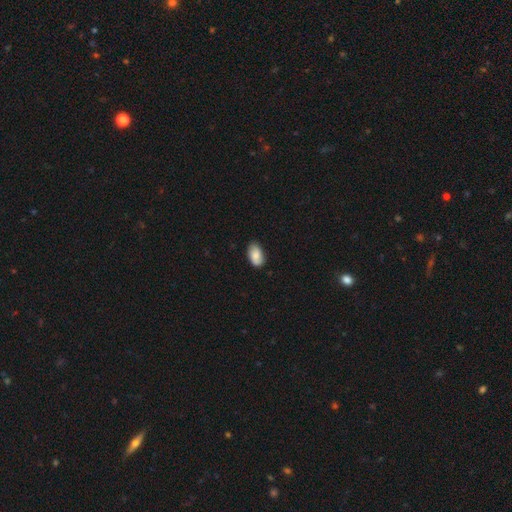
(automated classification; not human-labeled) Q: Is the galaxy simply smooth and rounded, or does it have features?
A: smooth — 83%.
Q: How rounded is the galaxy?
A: in between — 93%.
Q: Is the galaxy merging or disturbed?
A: none — 76%.